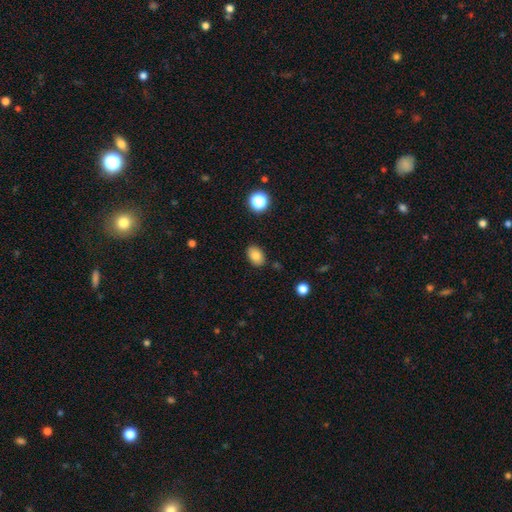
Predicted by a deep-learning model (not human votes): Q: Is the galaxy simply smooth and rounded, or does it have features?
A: smooth — 82%.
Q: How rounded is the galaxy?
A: in between — 80%.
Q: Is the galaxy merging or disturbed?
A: none — 86%.